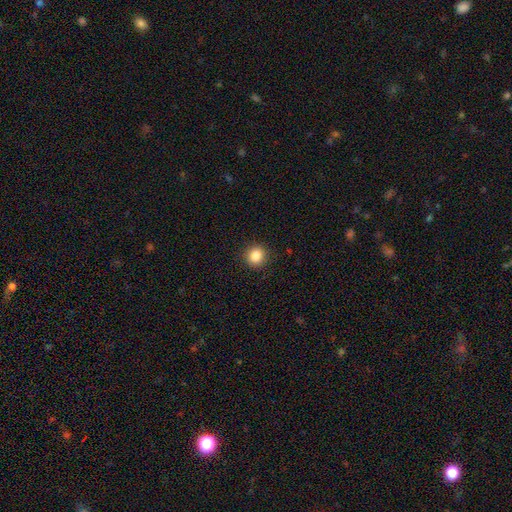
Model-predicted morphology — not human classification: This is clearly a smooth galaxy (86%). How rounded: clearly round (91%). Merging: clearly none (91%).